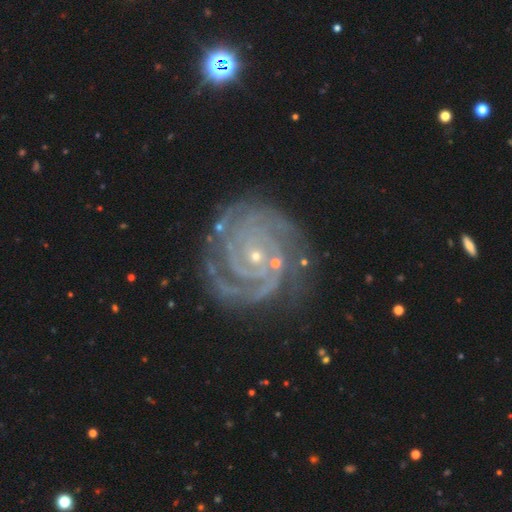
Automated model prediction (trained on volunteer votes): smooth_or_featured: featured or disk (p=0.90) [alt: star or artifact p=0.07]
disk_edge_on: no (p=0.98) [alt: yes p=0.02]
bar: no (p=0.69) [alt: weak p=0.21]
has_spiral_arms: yes (p=0.99) [alt: no p=0.01]
spiral_winding: tight (p=0.79) [alt: medium p=0.18]
spiral_arm_count: 2 (p=0.30) [alt: 3 p=0.25]
bulge_size: small (p=0.85) [alt: moderate p=0.10]
merging: none (p=0.76) [alt: minor disturbance p=0.15]